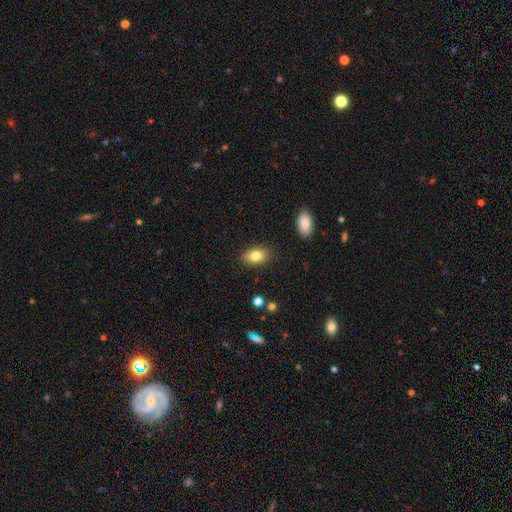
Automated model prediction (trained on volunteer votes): The model was most divided on "merging": none: 83%, minor disturbance: 13%, major disturbance: 3%, merger: 2%. More confident: how rounded — in between (86%); smooth or featured — smooth (81%).